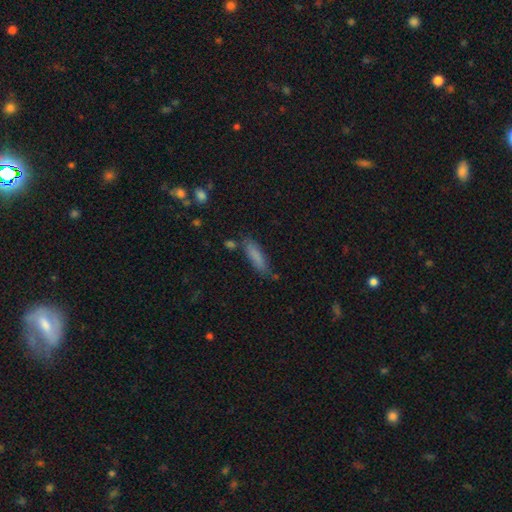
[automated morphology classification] Smooth or featured? Predicted: smooth (p=0.81). How rounded? Predicted: cigar-shaped (p=0.65). Merging? Predicted: none (p=0.73).